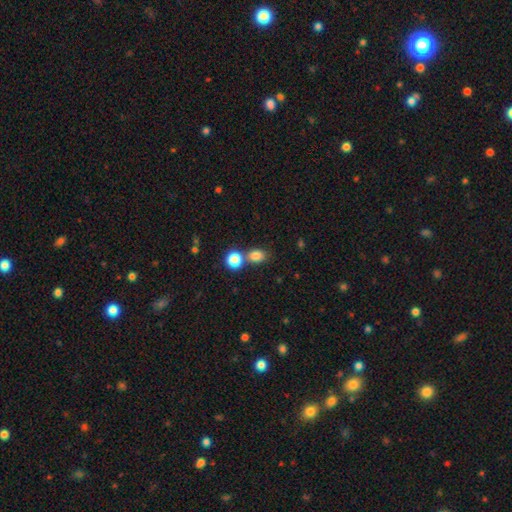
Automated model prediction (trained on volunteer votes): Overall: smooth (81%). How rounded: in between (54%; round 45%). Merging: none (57%; merger 30%).